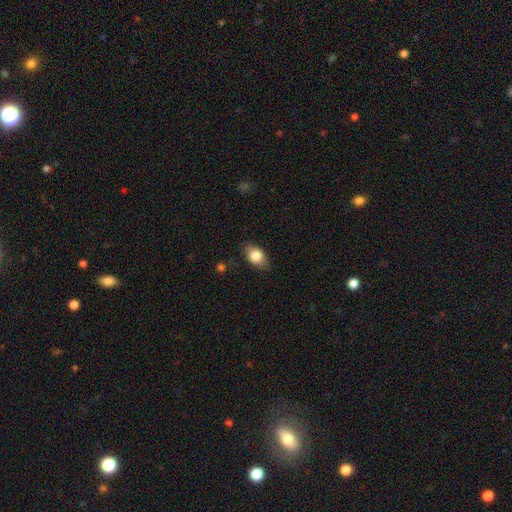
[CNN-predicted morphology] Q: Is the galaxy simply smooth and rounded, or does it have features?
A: smooth — 81%.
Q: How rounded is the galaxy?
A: in between — 82%.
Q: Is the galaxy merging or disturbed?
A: none — 81%.